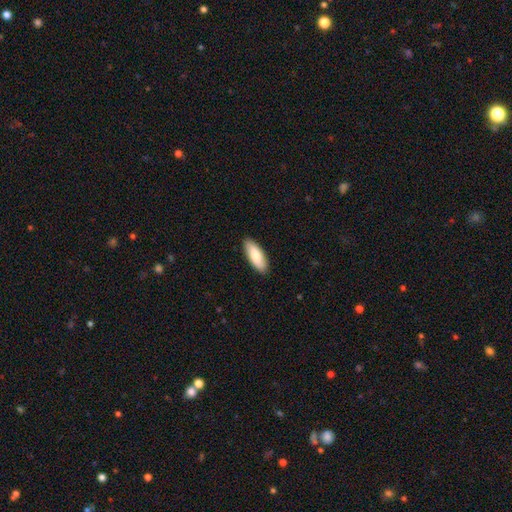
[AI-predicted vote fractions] A smooth galaxy with no disk features (82%) that is in between round and cigar-shaped (72%).

Vote fractions:
- Smooth or featured? smooth: 82% / featured or disk: 13% / star or artifact: 5%
- How rounded? in between: 72% / cigar-shaped: 27% / round: 2%
- Merging? none: 90% / minor disturbance: 8% / major disturbance: 2% / merger: 1%